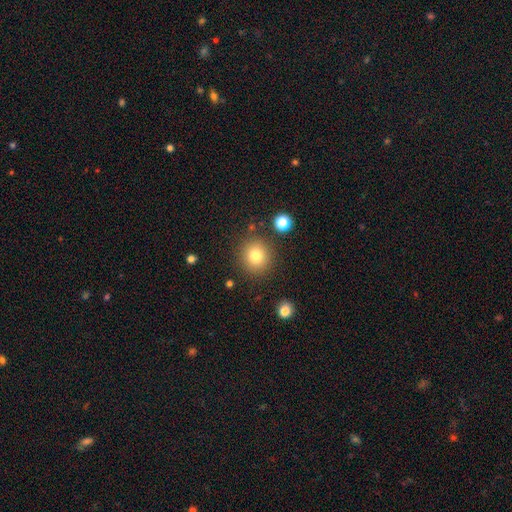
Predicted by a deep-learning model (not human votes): A smooth galaxy with no disk features (80%) that is round (91%).

Vote fractions:
- Smooth or featured? smooth: 80% / star or artifact: 12% / featured or disk: 8%
- How rounded? round: 91% / in between: 8% / cigar-shaped: 1%
- Merging? none: 86% / minor disturbance: 7% / merger: 3% / major disturbance: 3%